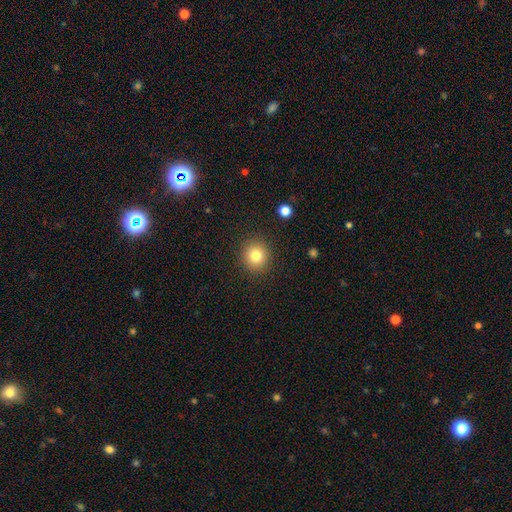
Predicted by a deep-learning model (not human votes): smooth 80%, star or artifact 12%, featured or disk 8%. Down the decision tree: how rounded — round (91%); merging — none (90%).